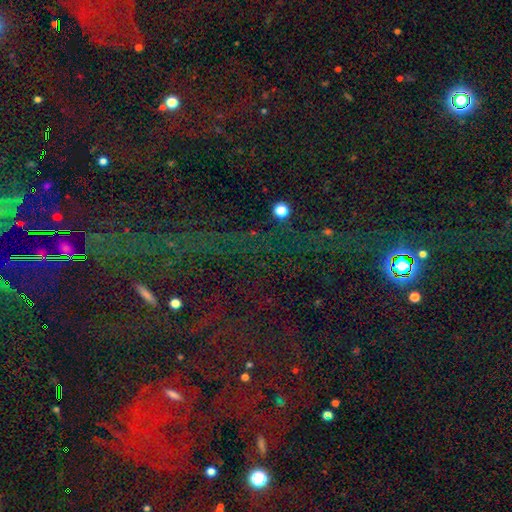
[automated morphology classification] A star or artifact, not a galaxy (80%).

Vote fractions:
- Smooth or featured? star or artifact: 80% / smooth: 11% / featured or disk: 9%